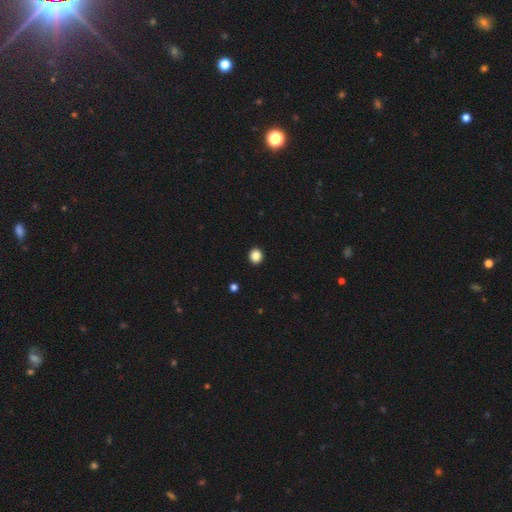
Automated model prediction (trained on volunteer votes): smooth_or_featured: smooth (p=0.87) [alt: star or artifact p=0.11]
how_rounded: round (p=0.82) [alt: in between p=0.17]
merging: none (p=0.93) [alt: minor disturbance p=0.05]